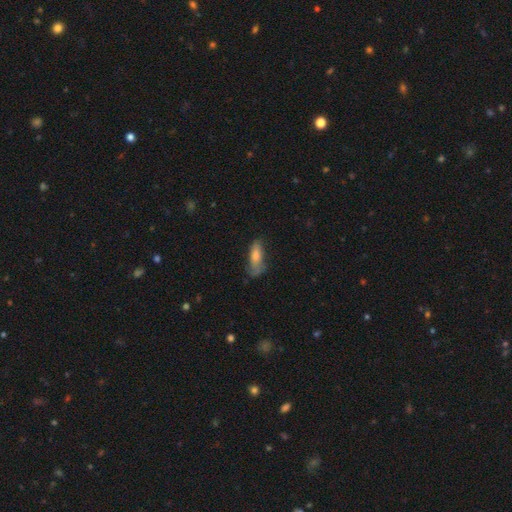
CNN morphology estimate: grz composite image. It shows a smooth galaxy with no disk features (64%) that is in between round and cigar-shaped (66%). Merging: none (52%).